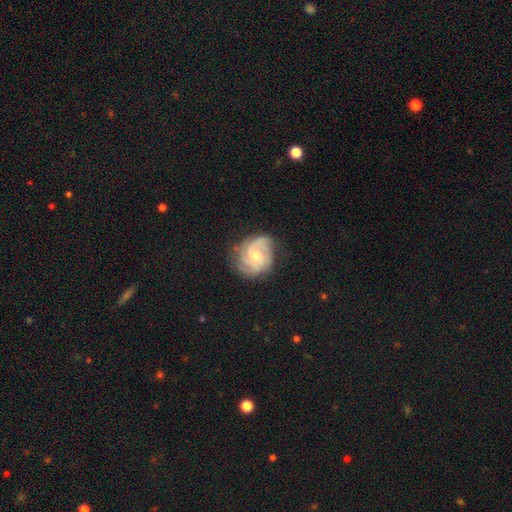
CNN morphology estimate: smooth_or_featured: featured or disk (p=0.83) [alt: smooth p=0.11]
disk_edge_on: no (p=0.98) [alt: yes p=0.02]
bar: no (p=0.69) [alt: weak p=0.27]
has_spiral_arms: yes (p=0.96) [alt: no p=0.04]
spiral_winding: tight (p=0.63) [alt: medium p=0.30]
spiral_arm_count: 3 (p=0.32) [alt: can't tell p=0.24]
bulge_size: moderate (p=0.48) [alt: small p=0.47]
merging: none (p=0.75) [alt: minor disturbance p=0.18]